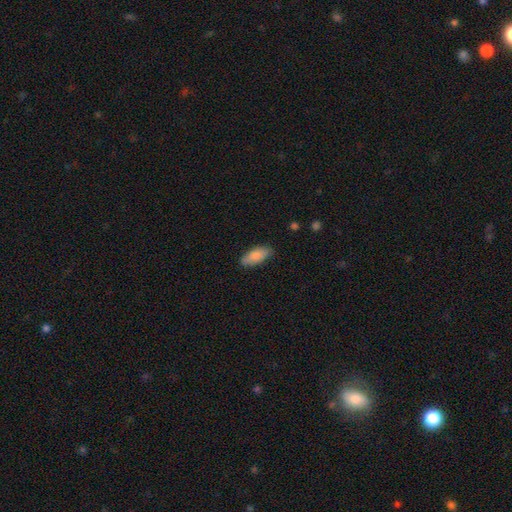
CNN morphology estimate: type=smooth (84%); roundness=in between (85%); merging=none (83%).